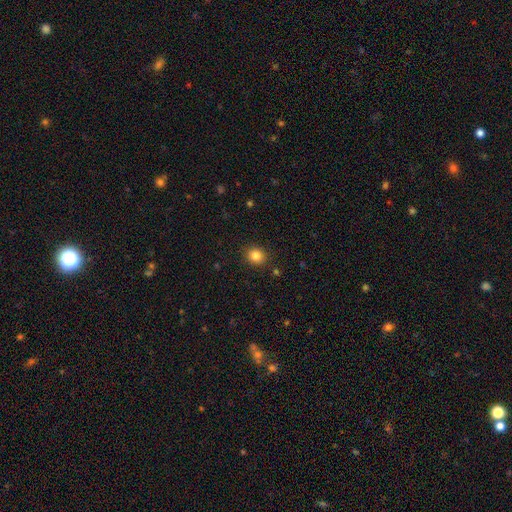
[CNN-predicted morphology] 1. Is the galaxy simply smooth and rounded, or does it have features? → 84% smooth, 11% star or artifact, 5% featured or disk.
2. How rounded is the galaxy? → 71% round, 29% in between, 1% cigar-shaped.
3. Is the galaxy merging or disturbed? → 89% none, 7% minor disturbance, 2% major disturbance, 1% merger.